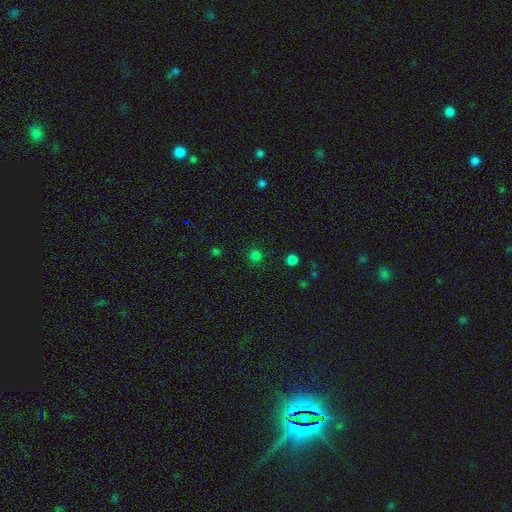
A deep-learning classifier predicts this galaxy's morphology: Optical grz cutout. It shows a smooth galaxy with no disk features (76%) that is round (94%). Merging: none (88%).